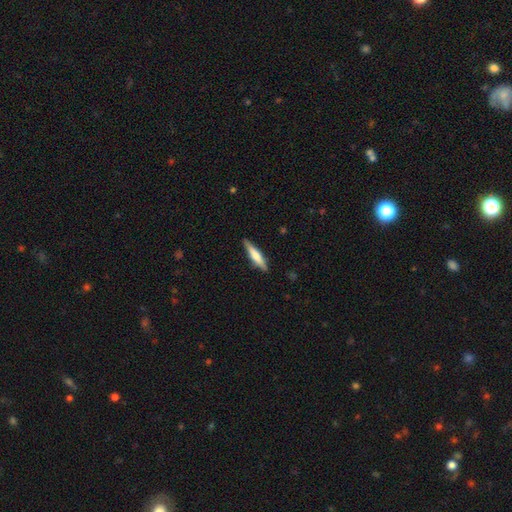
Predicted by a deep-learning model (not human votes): A smooth galaxy with no disk features (55%) that is cigar-shaped (84%).

Vote fractions:
- Smooth or featured? smooth: 55% / featured or disk: 40% / star or artifact: 5%
- How rounded? cigar-shaped: 84% / in between: 14% / round: 1%
- Merging? none: 88% / minor disturbance: 9% / major disturbance: 2% / merger: 1%